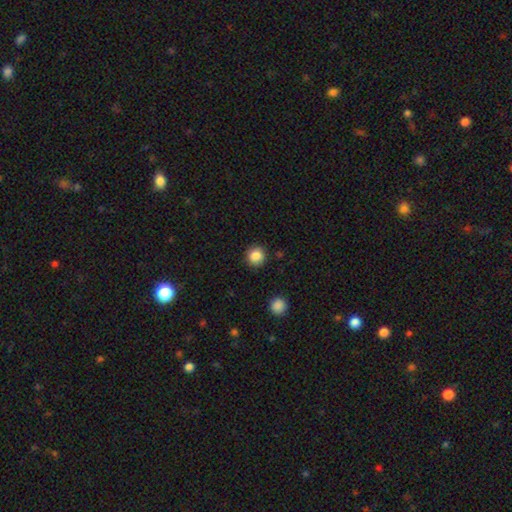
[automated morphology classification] smooth_or_featured: smooth (p=0.86) [alt: star or artifact p=0.10]
how_rounded: round (p=0.93) [alt: in between p=0.06]
merging: none (p=0.91) [alt: minor disturbance p=0.06]